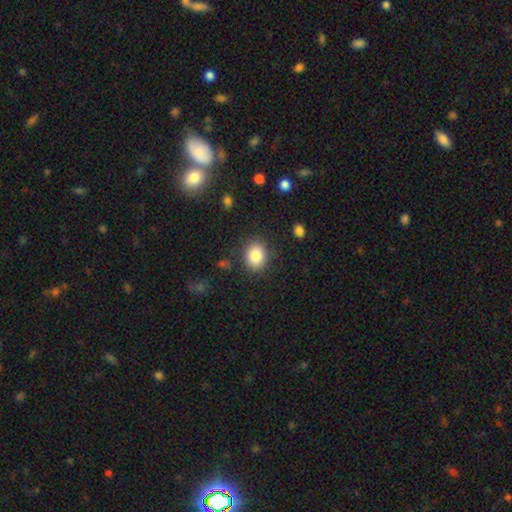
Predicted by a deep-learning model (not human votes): Morphology: type=smooth (84%); roundness=round (50%); merging=none (84%).